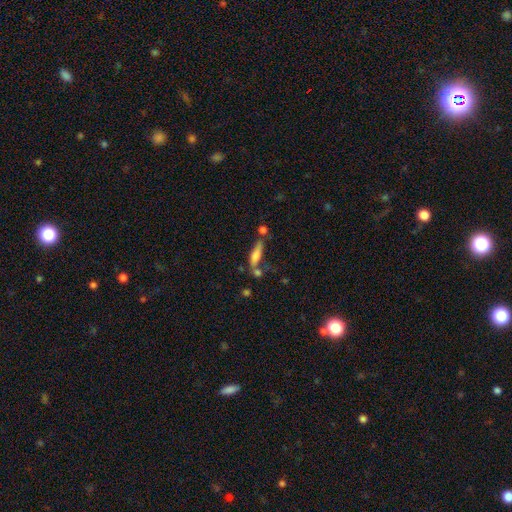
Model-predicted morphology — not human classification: smooth 60%, featured or disk 31%, star or artifact 9%. Down the decision tree: how rounded — cigar-shaped (63%); merging — none (48%).